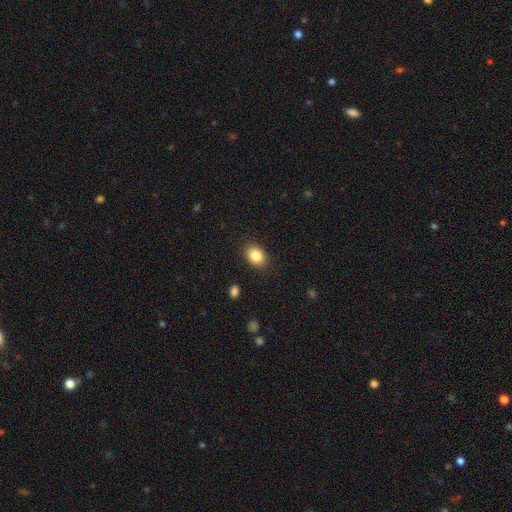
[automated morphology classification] This is clearly a smooth galaxy (86%). How rounded: likely in between (72%). Merging: clearly none (88%).